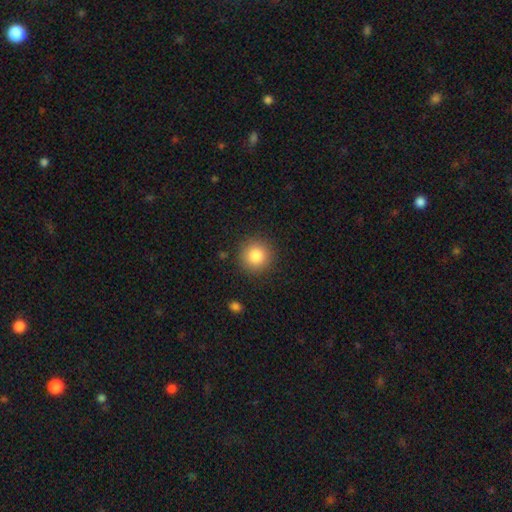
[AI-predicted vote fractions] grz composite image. It shows a smooth galaxy with no disk features (84%) that is round (94%). Merging: none (89%).